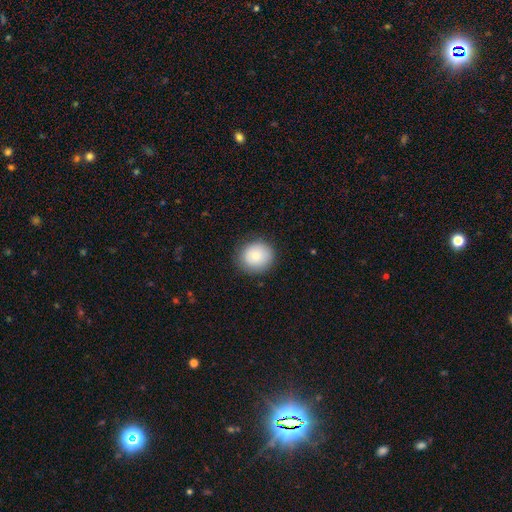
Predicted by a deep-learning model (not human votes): Overall: smooth (81%). How rounded: round (88%). Merging: none (86%).